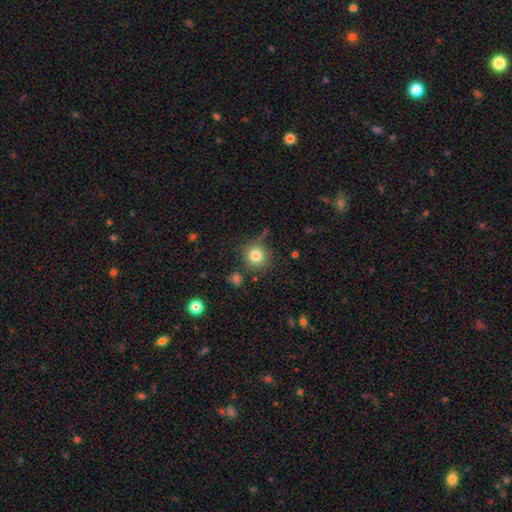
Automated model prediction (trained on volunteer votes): smooth_or_featured: smooth (p=0.81) [alt: star or artifact p=0.11]
how_rounded: round (p=0.91) [alt: in between p=0.08]
merging: none (p=0.80) [alt: minor disturbance p=0.11]